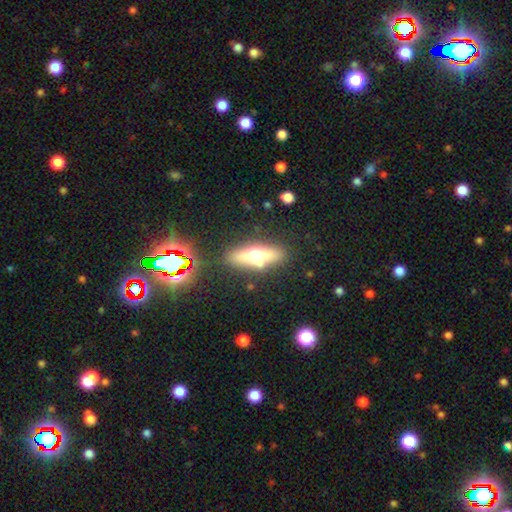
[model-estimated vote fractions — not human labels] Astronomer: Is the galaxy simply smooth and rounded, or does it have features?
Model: featured or disk — 48% (runner-up: smooth, 41%).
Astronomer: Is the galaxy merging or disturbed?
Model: none — 81%.